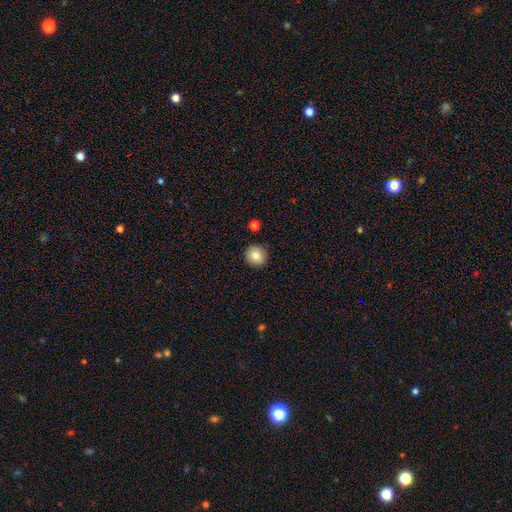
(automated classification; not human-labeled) Overall: smooth (85%). How rounded: round (91%). Merging: none (90%).